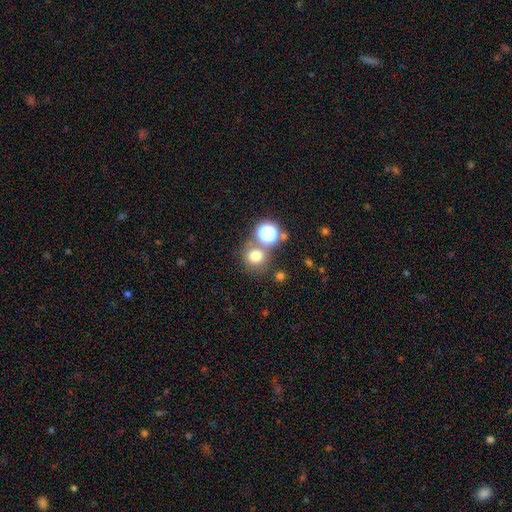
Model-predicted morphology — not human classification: A smooth galaxy with no disk features (71%) that is round (88%). Merging: none (68%).